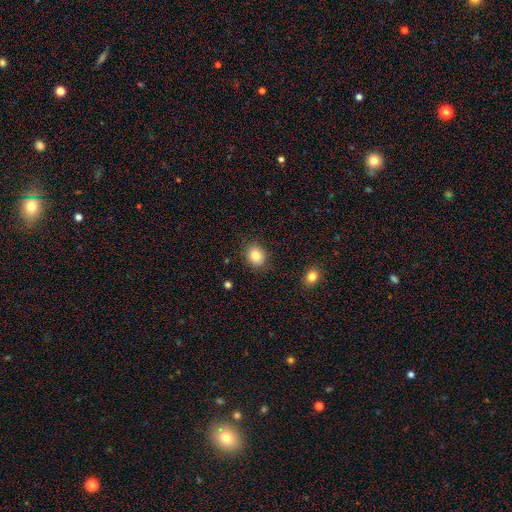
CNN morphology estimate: Smooth or featured? smooth (84%)
How rounded? round (54%)
Merging? none (86%)